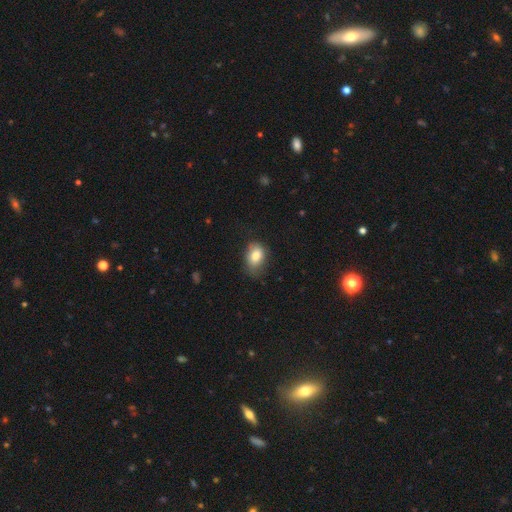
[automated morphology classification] Smooth or featured: smooth — 80% (featured or disk — 11%)
How rounded: in between — 75% (round — 24%)
Merging: none — 59% (minor disturbance — 31%)